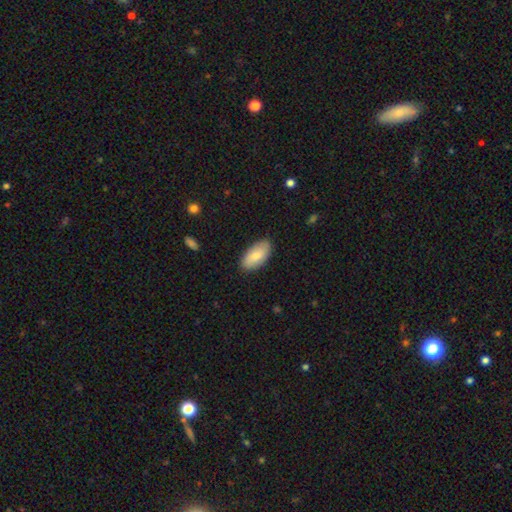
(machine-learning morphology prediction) smooth 76%, featured or disk 18%, star or artifact 6%. Down the decision tree: how rounded — in between (94%); merging — none (87%).